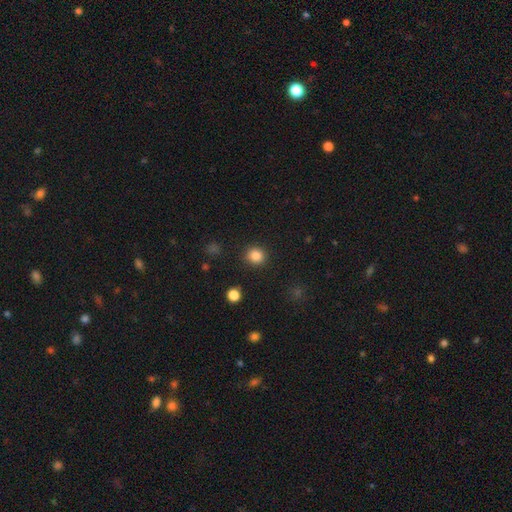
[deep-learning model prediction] This appears to be a smooth galaxy with no disk features (85%) that is round (89%). Merging: none (91%).